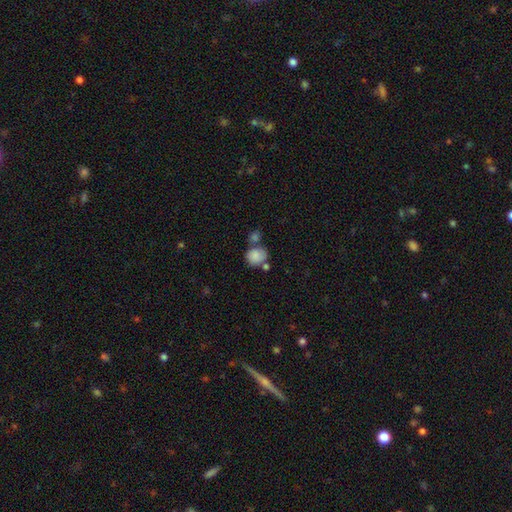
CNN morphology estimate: This is clearly a smooth galaxy (84%). How rounded: likely round (74%). Merging: possibly none (47%).